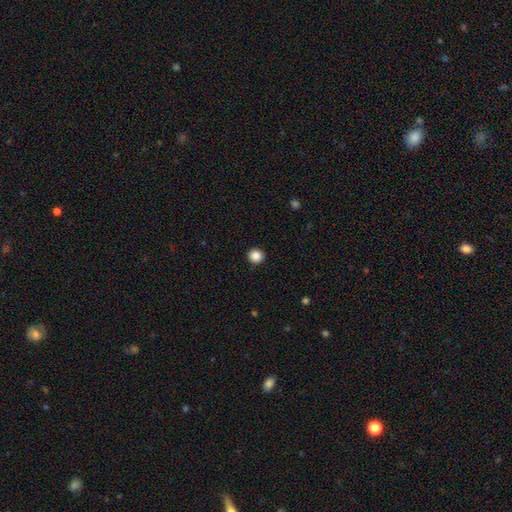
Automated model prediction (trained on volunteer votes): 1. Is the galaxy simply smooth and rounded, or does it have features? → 87% smooth, 10% star or artifact, 3% featured or disk.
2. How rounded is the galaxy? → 93% round, 6% in between, 1% cigar-shaped.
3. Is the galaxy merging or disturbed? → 93% none, 5% minor disturbance, 2% major disturbance, 1% merger.